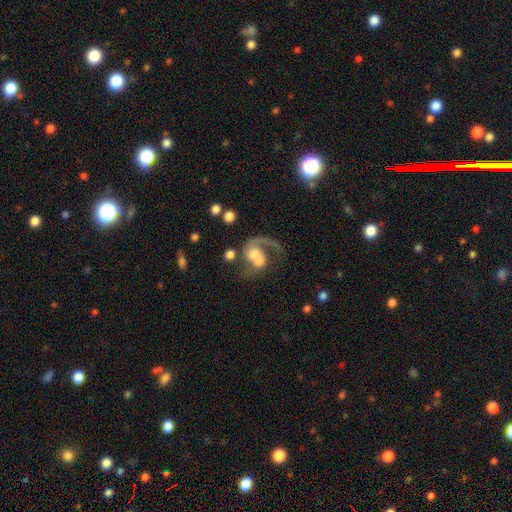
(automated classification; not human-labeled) Overall: featured or disk (70%). Edge-on disk: no (98%). Bar: no (68%). Spiral arms: yes (85%). Spiral arm count: 1 (76%). Spiral winding: loose (54%; medium 33%). Bulge size: moderate (41%; large 23%). Merging: merger (40%; major disturbance 28%).